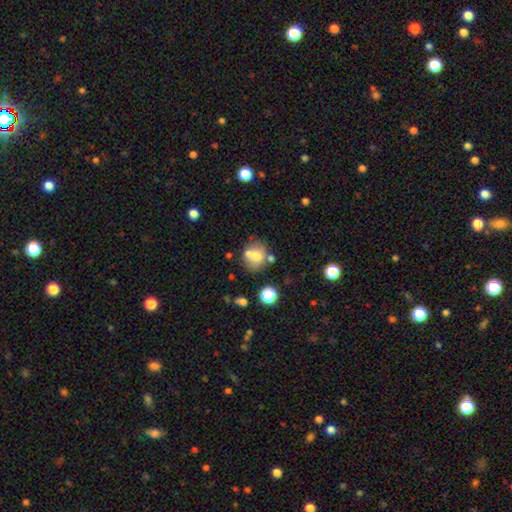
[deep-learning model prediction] smooth-or-featured: smooth: 66% | featured or disk: 22% | star or artifact: 12%
  how-rounded: round: 77% | in between: 22% | cigar-shaped: 1%
  merging: none: 56% | merger: 21% | minor disturbance: 16% | major disturbance: 6%